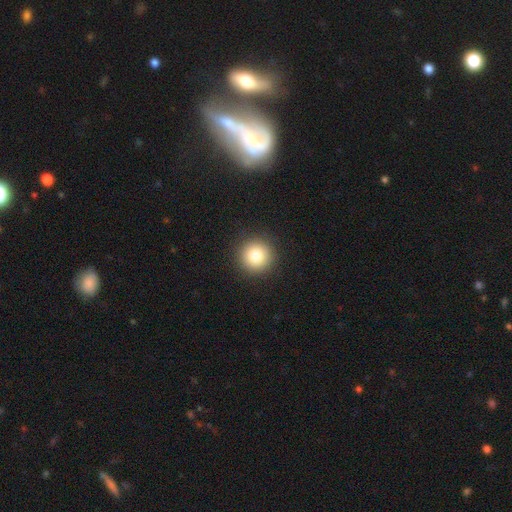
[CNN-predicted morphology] This is clearly a smooth galaxy (81%). How rounded: clearly round (96%). Merging: clearly none (93%).